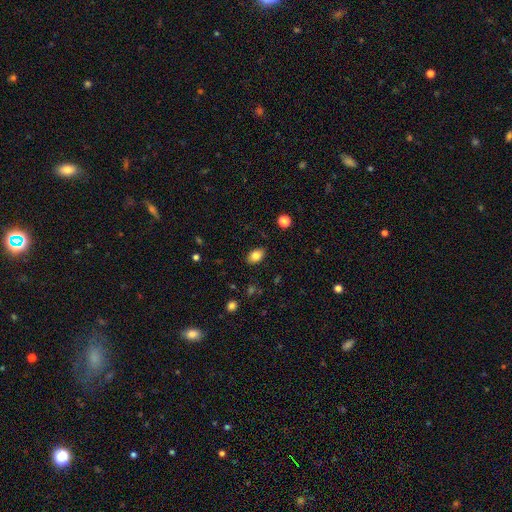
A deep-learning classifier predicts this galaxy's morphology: type=smooth (83%); roundness=in between (84%); merging=none (86%).